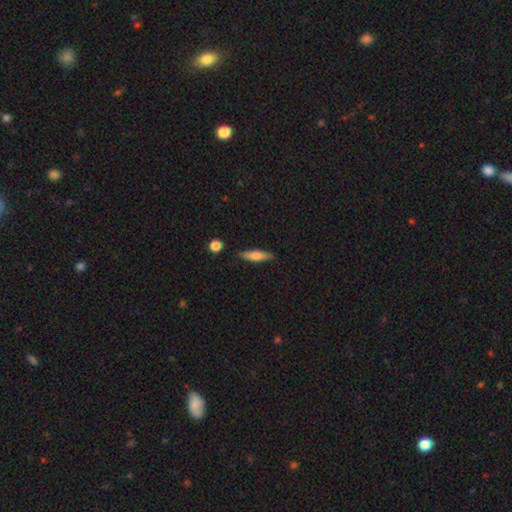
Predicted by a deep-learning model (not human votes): A smooth galaxy with no disk features (70%) that is cigar-shaped (73%).

Vote fractions:
- Smooth or featured? smooth: 70% / featured or disk: 23% / star or artifact: 7%
- How rounded? cigar-shaped: 73% / in between: 25% / round: 2%
- Merging? none: 84% / minor disturbance: 11% / merger: 2% / major disturbance: 2%